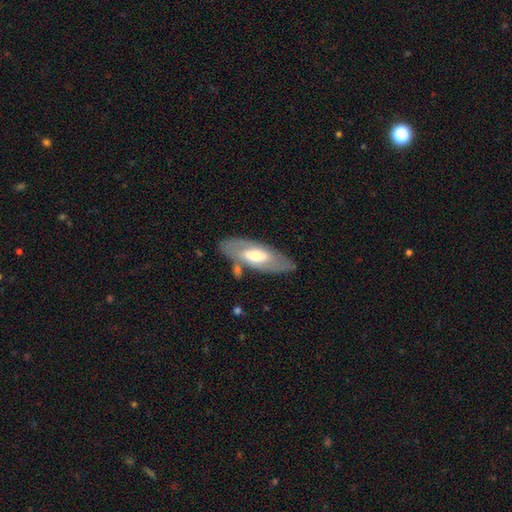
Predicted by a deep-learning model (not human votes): The model was most divided on "smooth or featured": featured or disk: 56%, smooth: 39%, star or artifact: 6%. More confident: edge-on disk — no (77%); merging — none (76%).